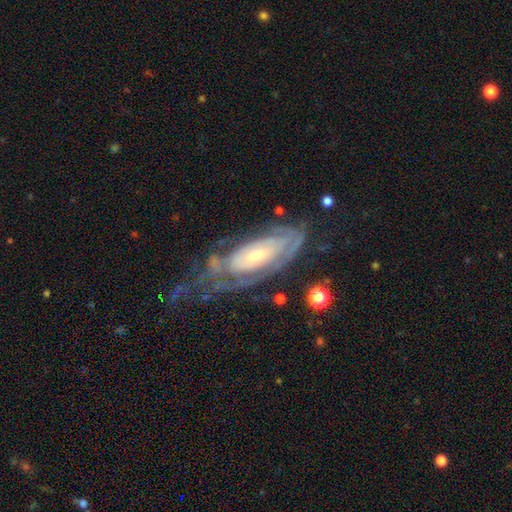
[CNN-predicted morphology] smooth-or-featured: featured or disk: 82% | smooth: 12% | star or artifact: 6%
  disk-edge-on: no: 90% | yes: 10%
    bar: no: 66% | weak: 25% | strong: 9%
    has-spiral-arms: yes: 86% | no: 14%
      spiral-winding: tight: 75% | medium: 19% | loose: 6%
      spiral-arm-count: can't tell: 58% | 2: 18% | 3: 8% | 1: 6% | 4: 5% | more than 4: 4%
    bulge-size: small: 56% | moderate: 37% | large: 4% | none: 2% | dominant: 1%
  merging: none: 45% | major disturbance: 26% | minor disturbance: 25% | merger: 3%